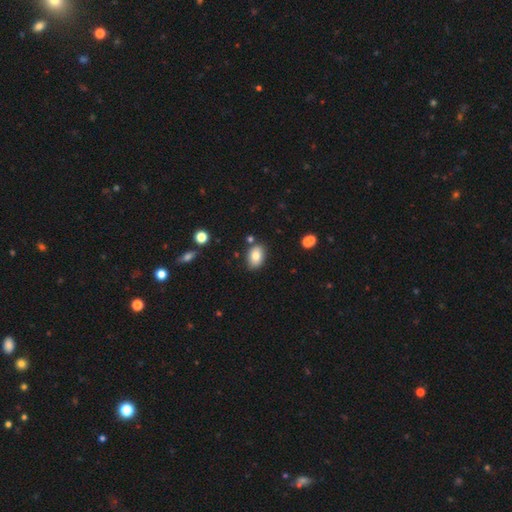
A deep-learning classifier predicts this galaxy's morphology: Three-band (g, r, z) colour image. It shows a smooth galaxy with no disk features (80%) that is in between round and cigar-shaped (85%). Merging: none (81%).